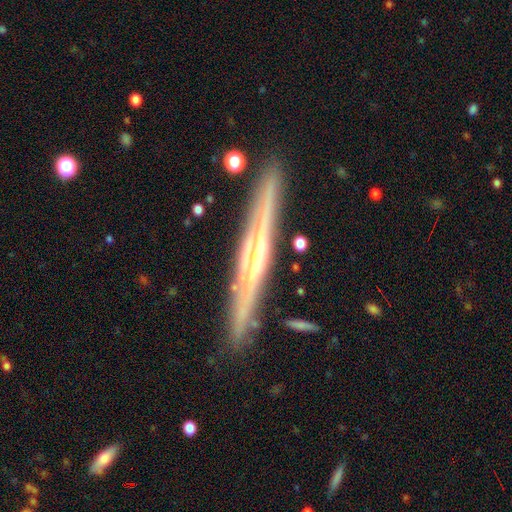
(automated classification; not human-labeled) The model was most divided on "edge-on bulge": rounded: 52%, none: 37%, boxy: 12%. More confident: edge-on disk — yes (95%); merging — none (88%); smooth or featured — featured or disk (80%).